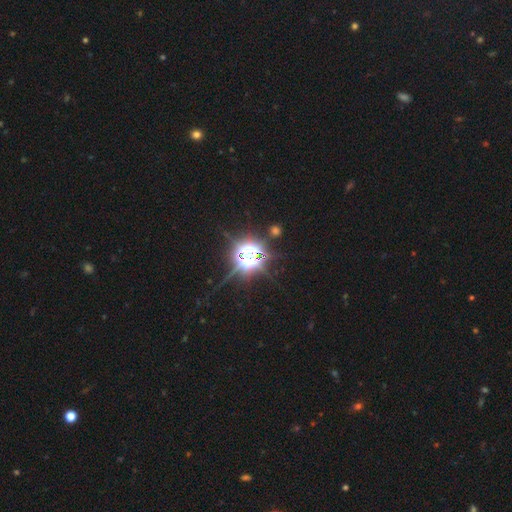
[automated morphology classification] smooth-or-featured: star or artifact: 78% | smooth: 12% | featured or disk: 10%